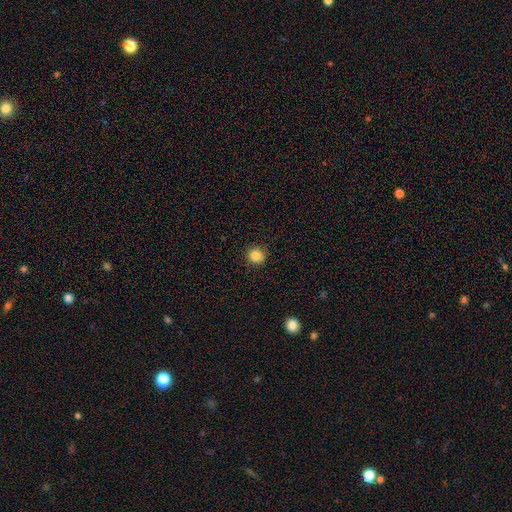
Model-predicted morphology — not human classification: type=smooth (84%); roundness=round (92%); merging=none (91%).